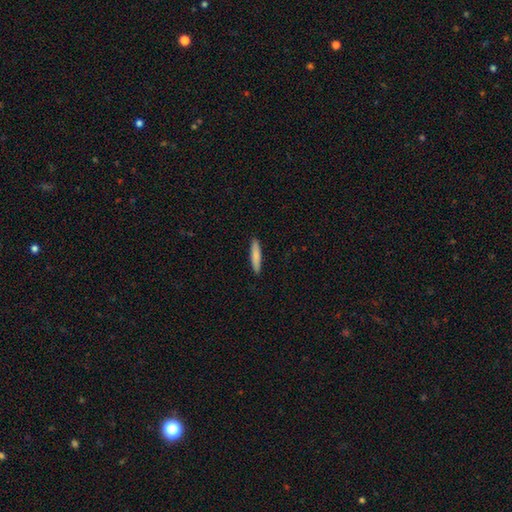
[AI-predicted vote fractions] A smooth galaxy with no disk features (83%) that is cigar-shaped (89%). Merging: none (91%).